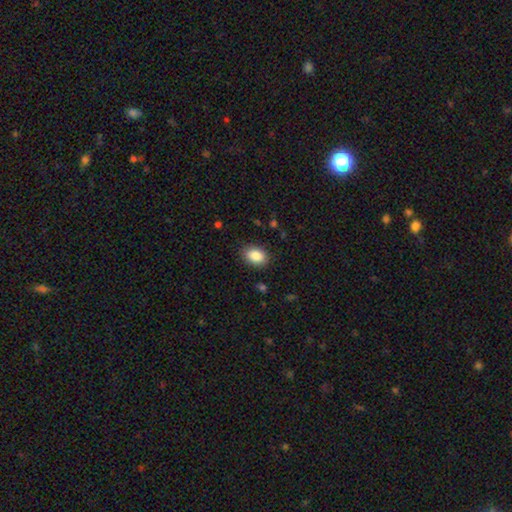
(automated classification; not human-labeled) smooth_or_featured: smooth (p=0.87) [alt: star or artifact p=0.08]
how_rounded: in between (p=0.81) [alt: round p=0.18]
merging: none (p=0.86) [alt: minor disturbance p=0.10]